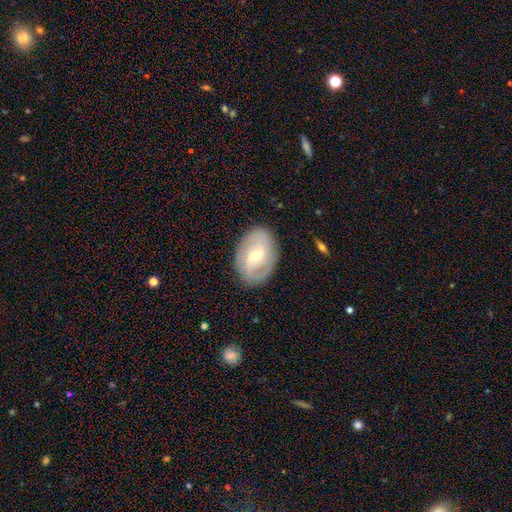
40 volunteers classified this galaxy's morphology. Smooth or featured: featured or disk — 85% (smooth — 10%)
Edge-on disk: no — 97% (yes — 3%)
Bar: weak — 55% (no — 30%)
Spiral arms: yes — 91% (no — 9%)
Spiral winding: loose — 40% (medium — 33%)
Spiral arm count: 2 — 93% (3 — 3%)
Bulge size: small — 52% (moderate — 45%)
Merging: none — 84% (minor disturbance — 16%)